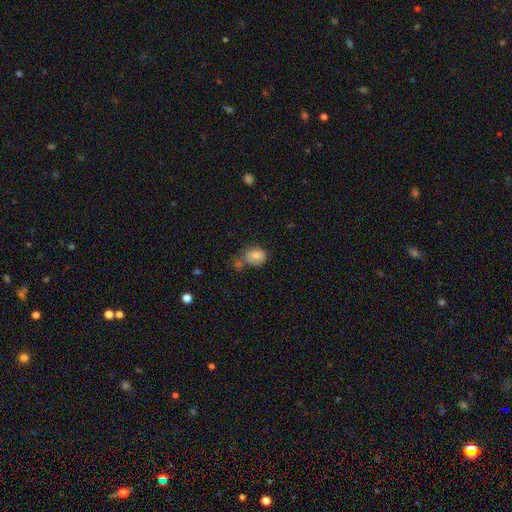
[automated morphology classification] This is likely a smooth galaxy (68%). How rounded: possibly round (55%). Merging: marginally none (44%).